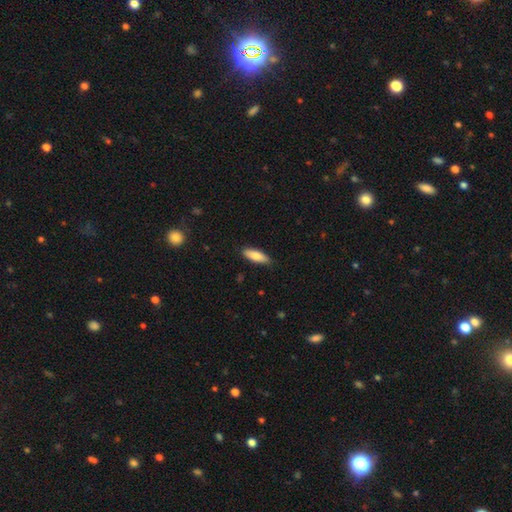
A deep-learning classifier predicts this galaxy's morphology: smooth 81%, featured or disk 13%, star or artifact 6%. Down the decision tree: how rounded — in between (57%); merging — none (85%).